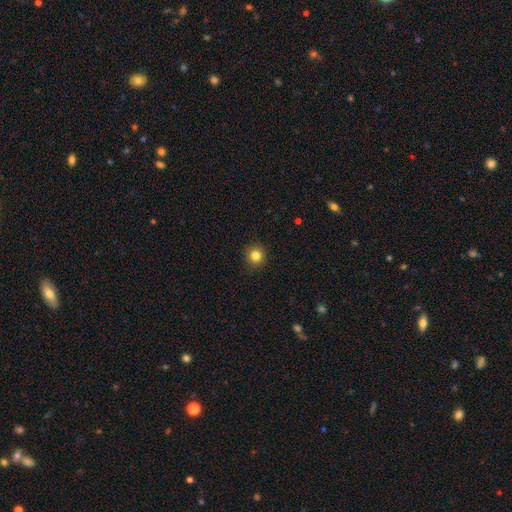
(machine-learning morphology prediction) A smooth galaxy with no disk features (83%) that is round (93%).

Vote fractions:
- Smooth or featured? smooth: 83% / star or artifact: 12% / featured or disk: 5%
- How rounded? round: 93% / in between: 6% / cigar-shaped: 1%
- Merging? none: 92% / minor disturbance: 5% / major disturbance: 2% / merger: 1%